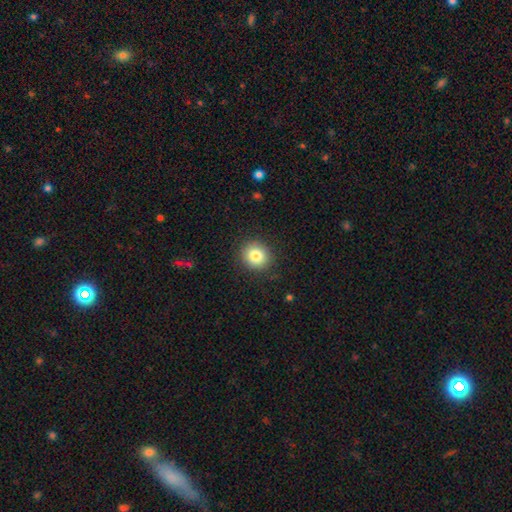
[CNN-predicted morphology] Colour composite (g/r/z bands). It shows a smooth galaxy with no disk features (82%) that is round (83%). Merging: none (89%).